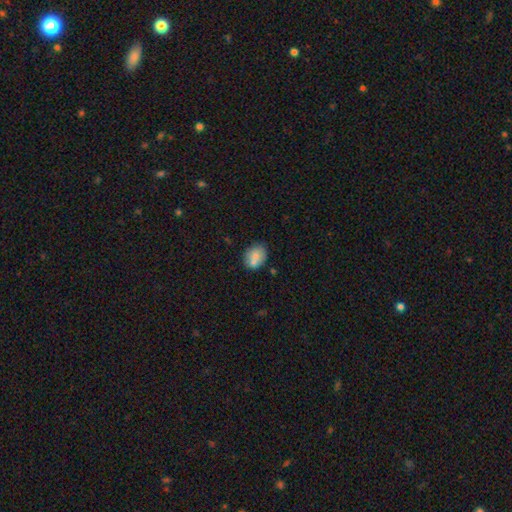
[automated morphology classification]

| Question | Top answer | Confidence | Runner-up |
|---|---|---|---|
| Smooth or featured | smooth | 75% | featured or disk (16%) |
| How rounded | round | 50% | in between (49%) |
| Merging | none | 58% | merger (23%) |